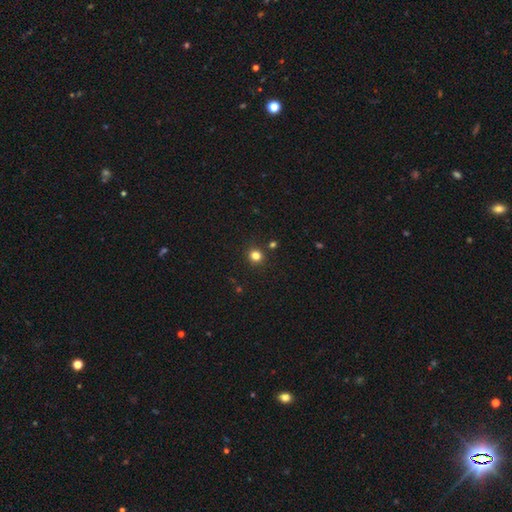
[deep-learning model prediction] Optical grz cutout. It shows a smooth galaxy with no disk features (81%) that is round (91%). Merging: none (90%).